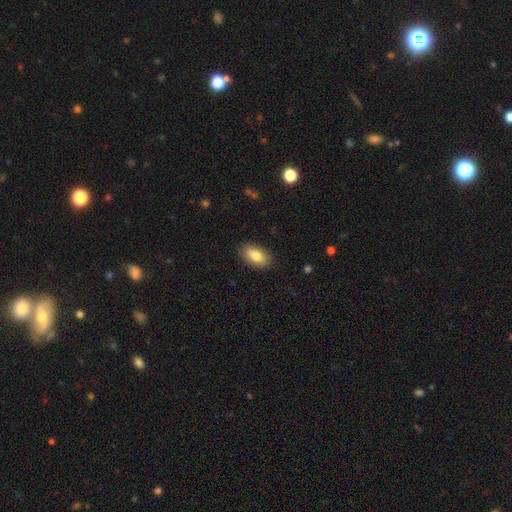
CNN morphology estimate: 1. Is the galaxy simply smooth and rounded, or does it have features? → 82% smooth, 11% featured or disk, 7% star or artifact.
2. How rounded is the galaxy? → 91% in between, 5% round, 4% cigar-shaped.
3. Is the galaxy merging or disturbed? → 87% none, 9% minor disturbance, 2% major disturbance, 1% merger.